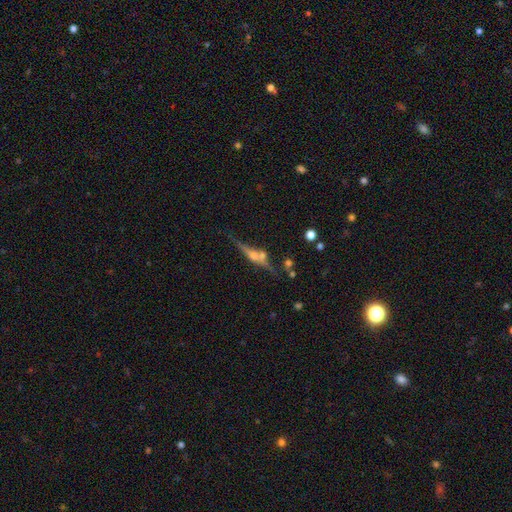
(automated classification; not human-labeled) Q: Smooth or featured?
A: featured or disk (72%); runner-up: smooth (20%)
Q: Edge-on disk?
A: yes (94%); runner-up: no (6%)
Q: Edge-on bulge?
A: rounded (87%); runner-up: boxy (7%)
Q: Merging?
A: none (67%); runner-up: merger (15%)